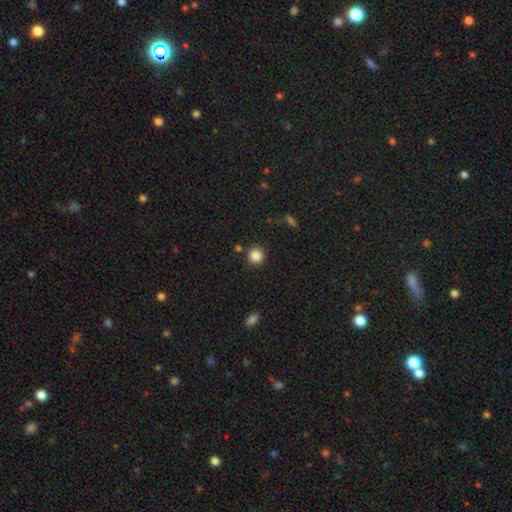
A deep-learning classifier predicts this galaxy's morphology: Smooth or featured?
  - smooth: 85% *
  - star or artifact: 11%
  - featured or disk: 4%
How rounded?
  - round: 92% *
  - in between: 7%
  - cigar-shaped: 1%
Merging?
  - none: 86% *
  - minor disturbance: 7%
  - merger: 4%
  - major disturbance: 3%